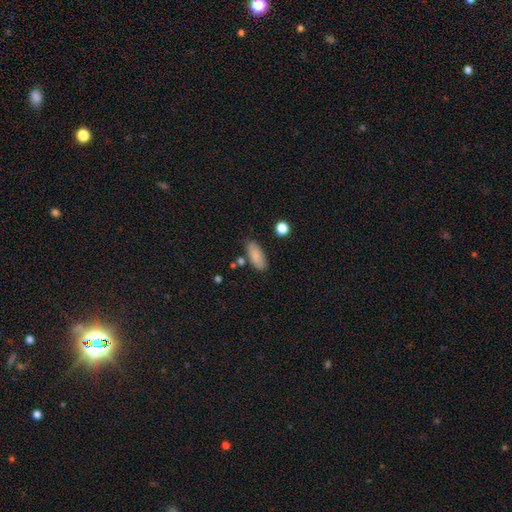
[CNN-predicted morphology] A smooth galaxy with no disk features (85%) that is in between round and cigar-shaped (81%).

Vote fractions:
- Smooth or featured? smooth: 85% / featured or disk: 8% / star or artifact: 7%
- How rounded? in between: 81% / cigar-shaped: 17% / round: 2%
- Merging? none: 77% / minor disturbance: 15% / merger: 5% / major disturbance: 3%